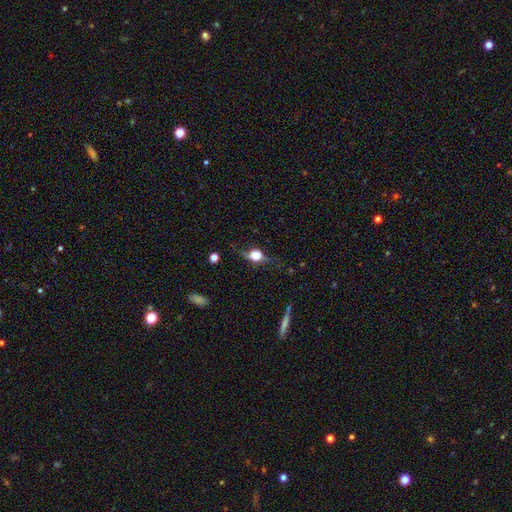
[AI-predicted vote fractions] Morphology: type=featured or disk (45%); merging=none (56%).